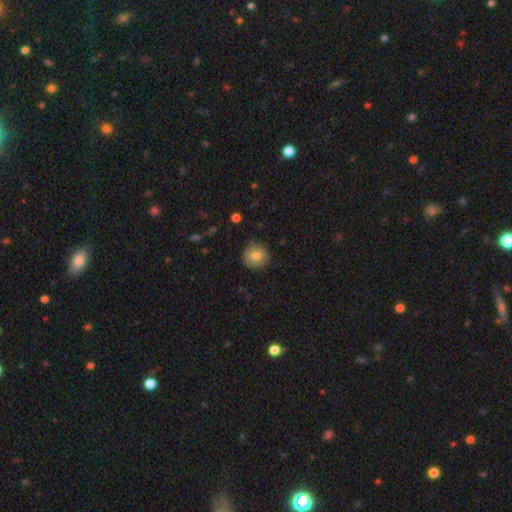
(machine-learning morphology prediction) smooth_or_featured: smooth (p=0.76) [alt: featured or disk p=0.15]
how_rounded: round (p=0.93) [alt: in between p=0.06]
merging: none (p=0.84) [alt: minor disturbance p=0.13]